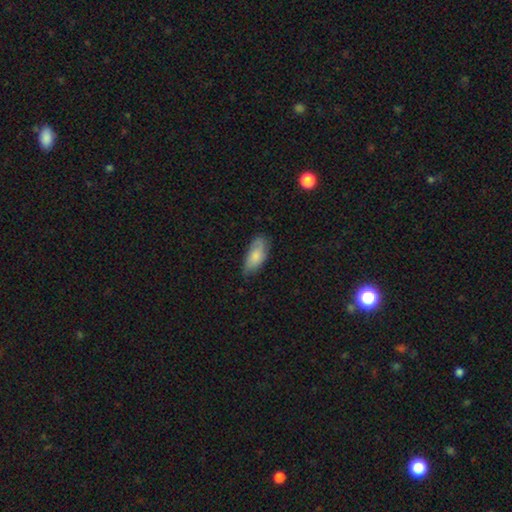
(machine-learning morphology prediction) smooth_or_featured: smooth (p=0.74) [alt: featured or disk p=0.20]
how_rounded: in between (p=0.88) [alt: cigar-shaped p=0.10]
merging: none (p=0.61) [alt: minor disturbance p=0.31]